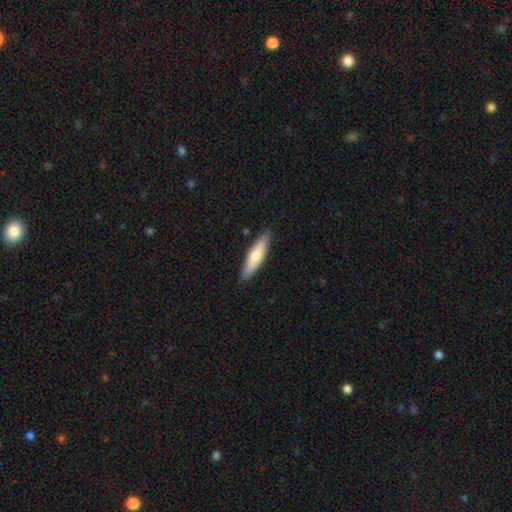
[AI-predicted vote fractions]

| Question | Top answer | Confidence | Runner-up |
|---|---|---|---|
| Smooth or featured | smooth | 65% | featured or disk (30%) |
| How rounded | cigar-shaped | 73% | in between (25%) |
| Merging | none | 89% | minor disturbance (8%) |